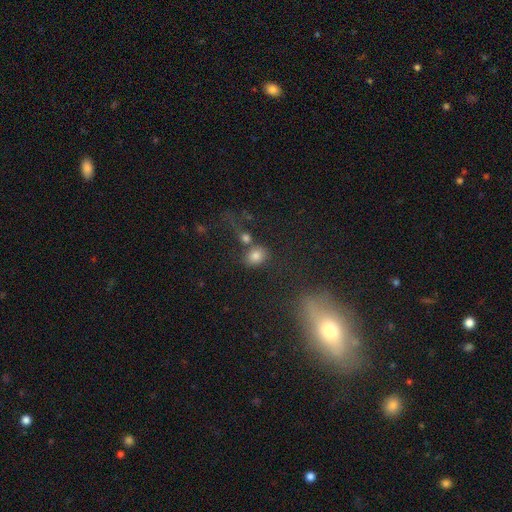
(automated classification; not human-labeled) Smooth or featured? smooth (78%)
How rounded? round (53%)
Merging? none (58%)